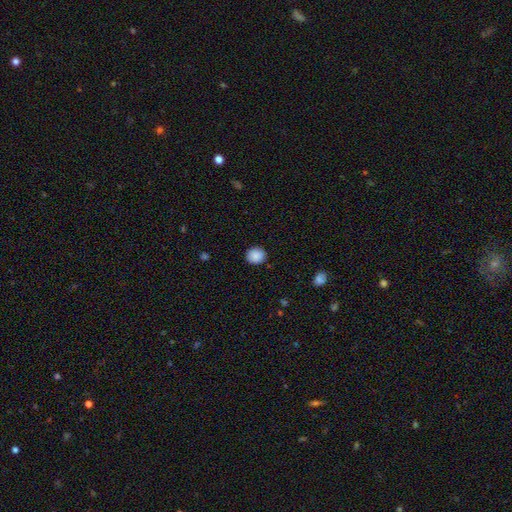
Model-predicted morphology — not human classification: This appears to be a smooth galaxy with no disk features (88%) that is round (80%). Merging: none (89%).